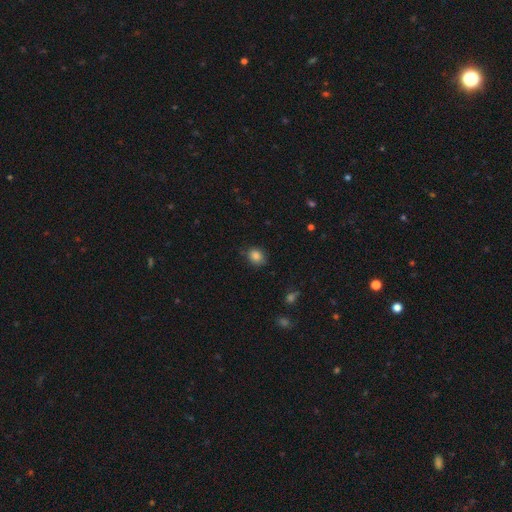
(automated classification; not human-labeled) Overall: smooth (85%). How rounded: round (54%; in between 45%). Merging: none (78%).